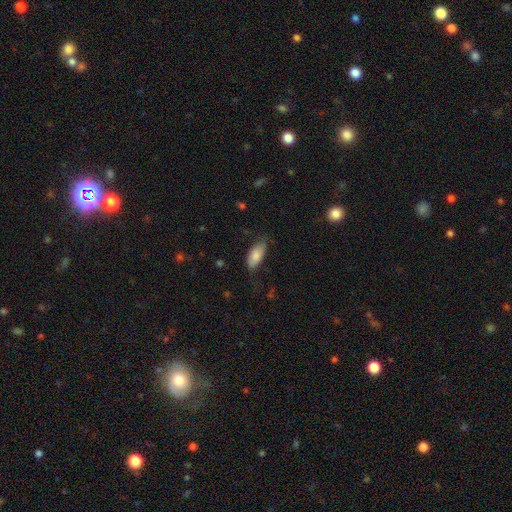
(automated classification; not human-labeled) Q: Smooth or featured?
A: smooth (82%); runner-up: featured or disk (12%)
Q: How rounded?
A: in between (89%); runner-up: cigar-shaped (9%)
Q: Merging?
A: none (70%); runner-up: minor disturbance (23%)